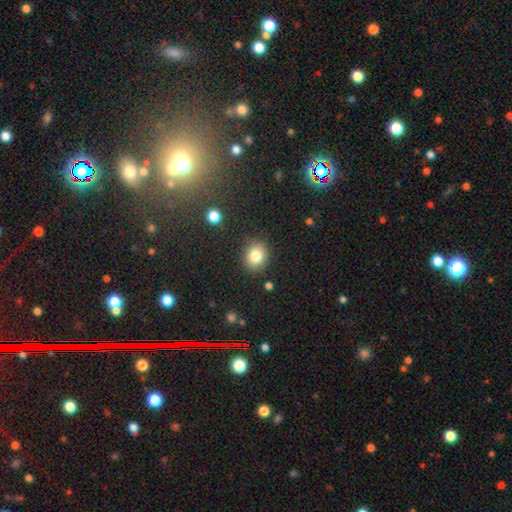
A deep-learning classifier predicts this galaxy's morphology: type=smooth (82%); roundness=round (66%); merging=none (87%).